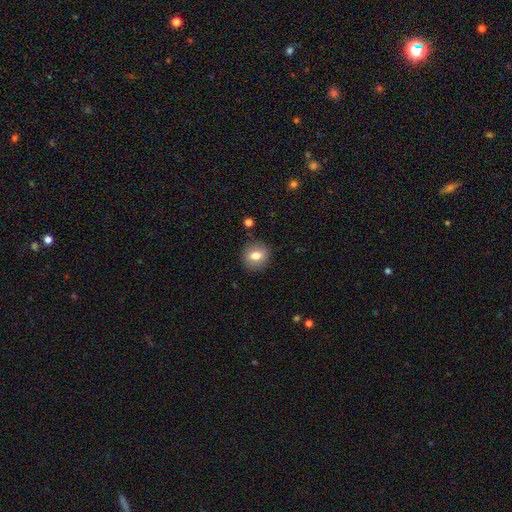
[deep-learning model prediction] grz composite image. It shows a smooth galaxy with no disk features (76%) that is round (76%). Merging: none (88%).